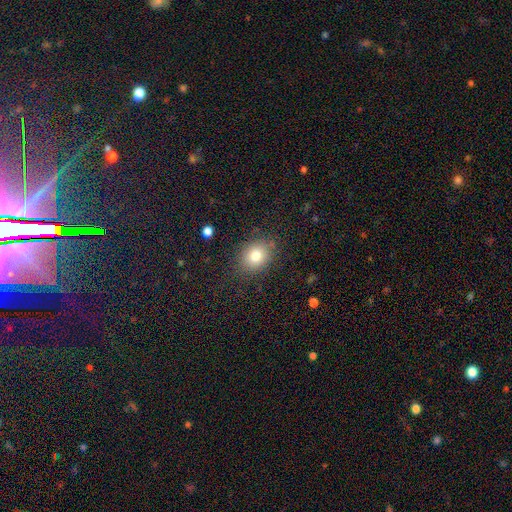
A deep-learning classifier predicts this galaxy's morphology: This is likely a smooth galaxy (80%). How rounded: possibly in between (50%). Merging: clearly none (82%).